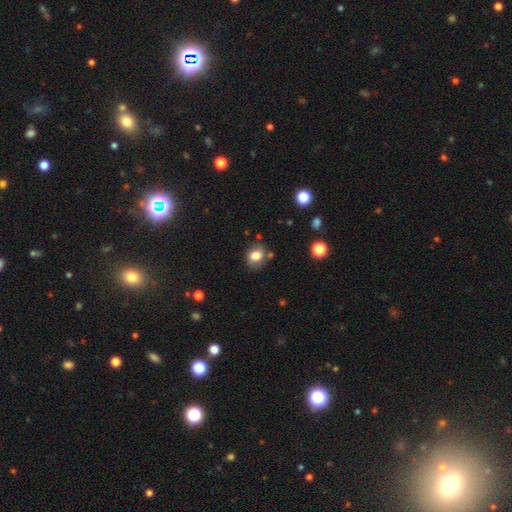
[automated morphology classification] The model was most divided on "how rounded": round: 63%, in between: 37%, cigar-shaped: 1%. More confident: smooth or featured — smooth (81%); merging — none (74%).